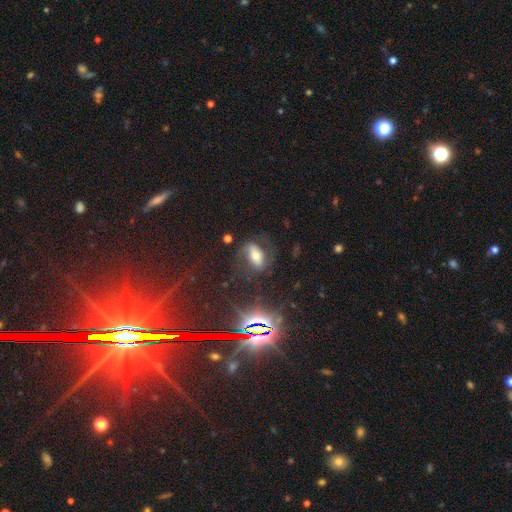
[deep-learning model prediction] The model was most divided on "smooth or featured": featured or disk: 50%, smooth: 30%, star or artifact: 20%. More confident: merging — none (63%).